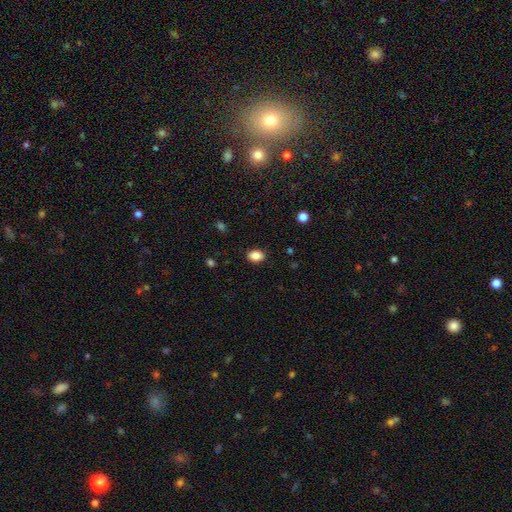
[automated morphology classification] This is clearly a smooth galaxy (86%). How rounded: likely in between (79%). Merging: clearly none (87%).